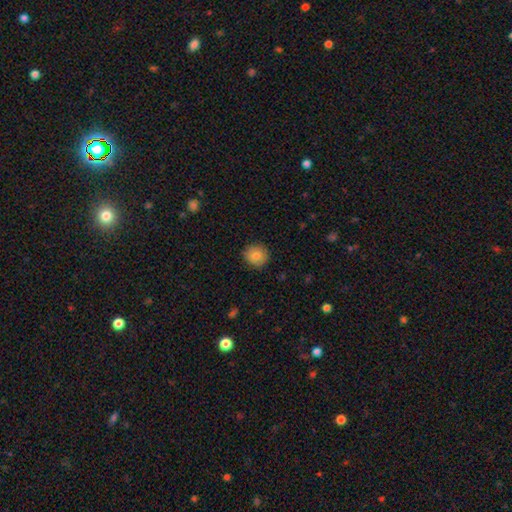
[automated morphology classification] smooth-or-featured: smooth: 82% | featured or disk: 9% | star or artifact: 8%
  how-rounded: round: 86% | in between: 13% | cigar-shaped: 1%
  merging: none: 88% | minor disturbance: 9% | major disturbance: 2% | merger: 1%